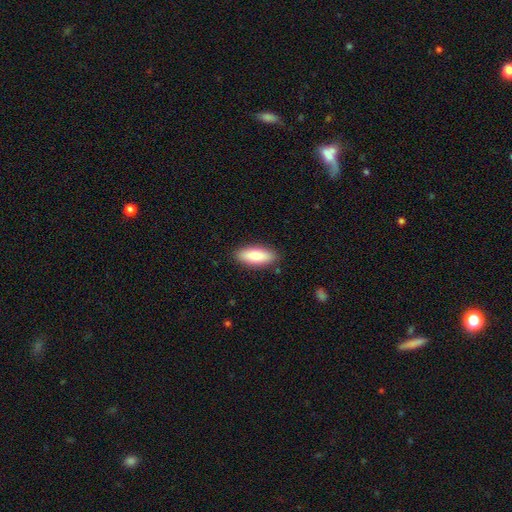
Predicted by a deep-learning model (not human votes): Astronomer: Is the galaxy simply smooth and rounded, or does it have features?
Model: smooth — 79%.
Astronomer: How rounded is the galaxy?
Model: in between — 72%.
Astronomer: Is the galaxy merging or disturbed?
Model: none — 87%.